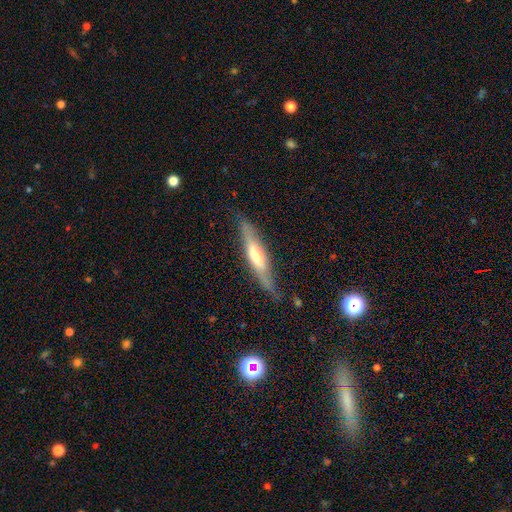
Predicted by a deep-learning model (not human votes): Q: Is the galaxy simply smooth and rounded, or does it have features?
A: featured or disk — 51%.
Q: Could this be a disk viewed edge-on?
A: yes — 85%.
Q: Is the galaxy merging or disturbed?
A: none — 77%.